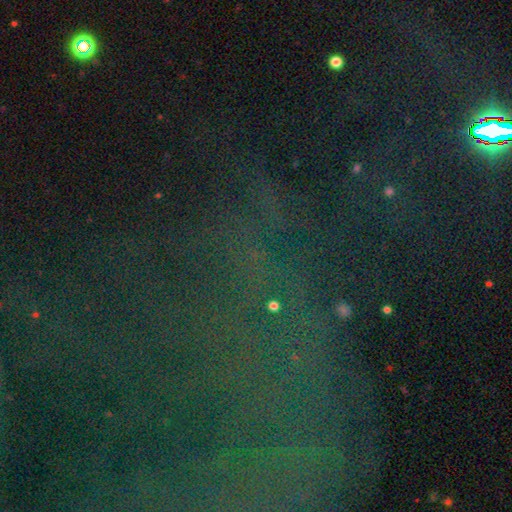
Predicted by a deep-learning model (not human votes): smooth-or-featured: star or artifact: 81% | smooth: 9% | featured or disk: 9%